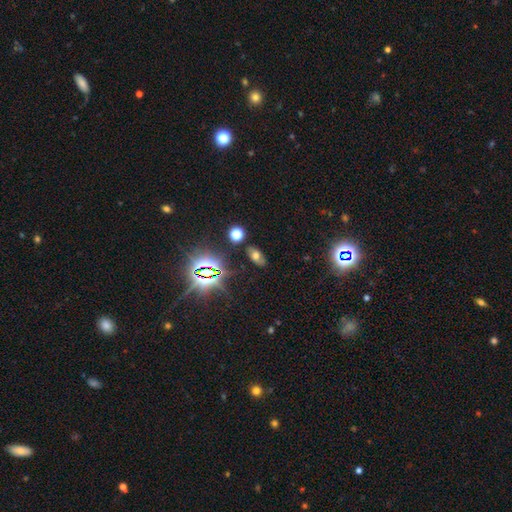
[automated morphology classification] type=smooth (49%); merging=none (81%).